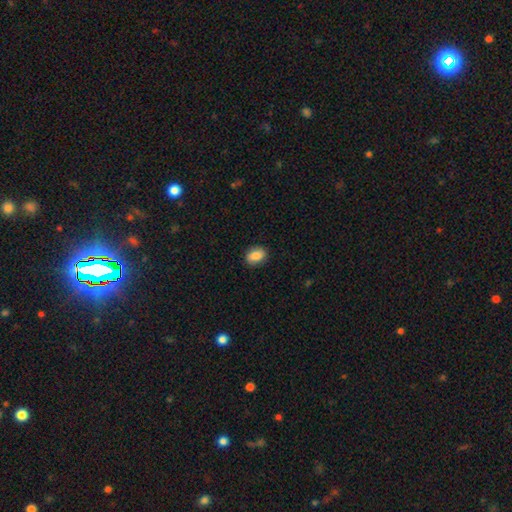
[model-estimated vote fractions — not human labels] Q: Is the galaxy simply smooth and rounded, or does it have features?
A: smooth — 83%.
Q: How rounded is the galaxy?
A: in between — 68%.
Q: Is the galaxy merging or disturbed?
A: none — 89%.